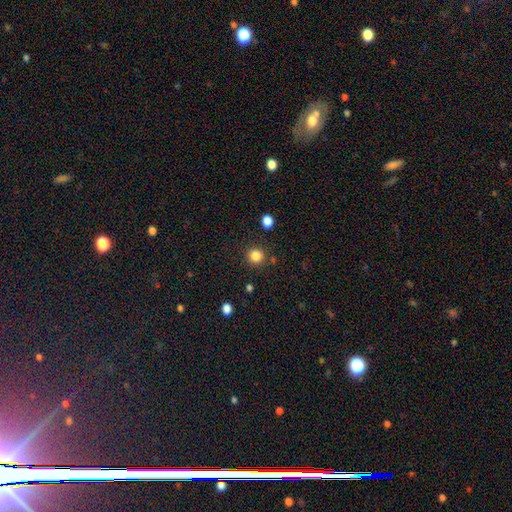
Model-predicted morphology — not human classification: type=smooth (84%); roundness=round (92%); merging=none (86%).